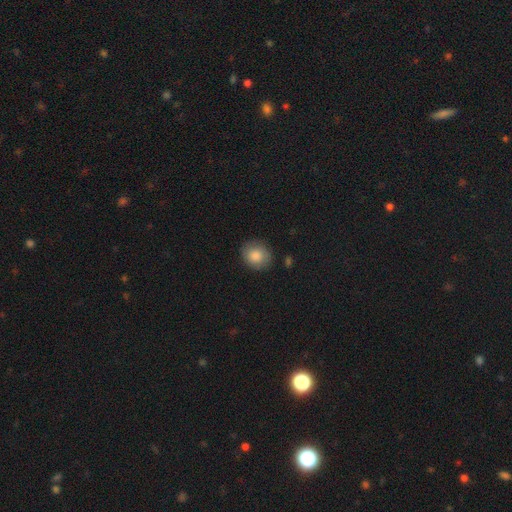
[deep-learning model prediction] Smooth or featured?
  - smooth: 86% *
  - star or artifact: 7%
  - featured or disk: 7%
How rounded?
  - round: 77% *
  - in between: 22%
  - cigar-shaped: 1%
Merging?
  - none: 85% *
  - minor disturbance: 11%
  - major disturbance: 2%
  - merger: 1%